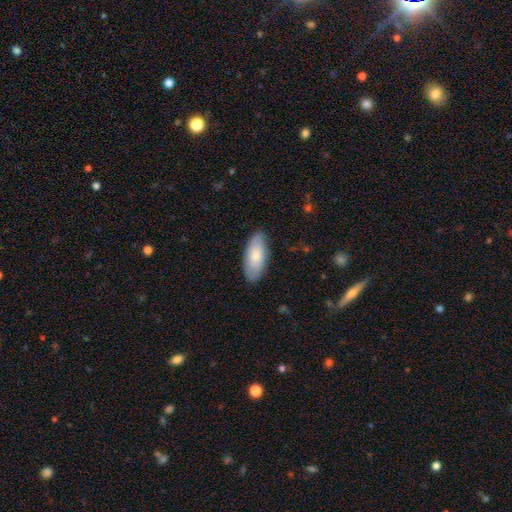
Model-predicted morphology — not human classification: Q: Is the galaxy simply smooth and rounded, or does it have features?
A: smooth — 75%.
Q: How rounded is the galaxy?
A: in between — 89%.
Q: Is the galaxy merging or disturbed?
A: none — 84%.